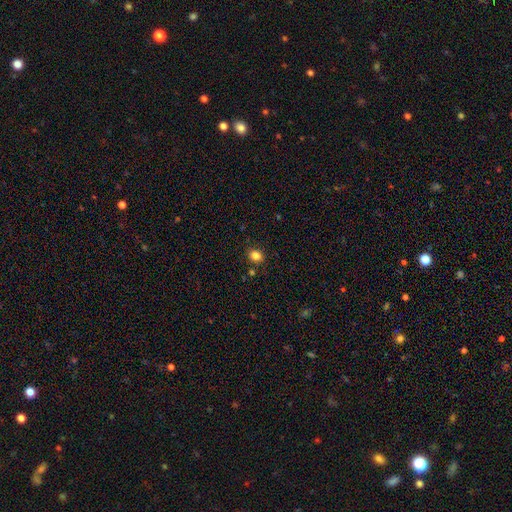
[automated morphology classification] Smooth or featured: smooth — 83% (star or artifact — 12%)
How rounded: round — 52% (in between — 47%)
Merging: none — 86% (minor disturbance — 9%)